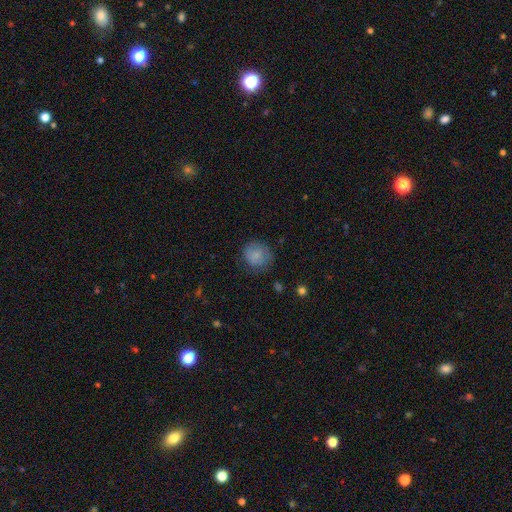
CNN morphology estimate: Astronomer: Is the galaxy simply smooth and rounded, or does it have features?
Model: smooth — 80%.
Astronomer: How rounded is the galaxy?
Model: round — 84%.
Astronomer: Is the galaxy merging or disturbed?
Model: none — 69%.